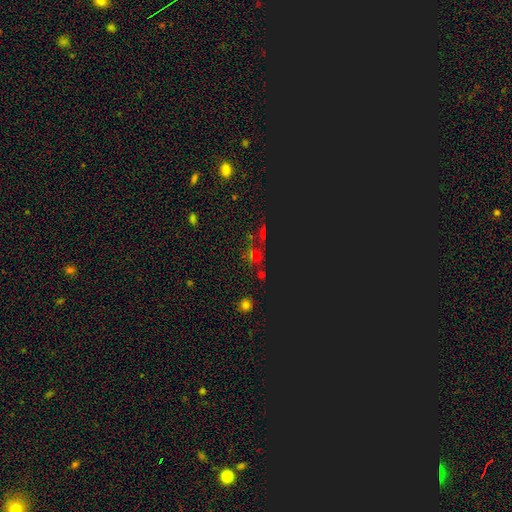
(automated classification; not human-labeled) star or artifact 64%, smooth 24%, featured or disk 12%.